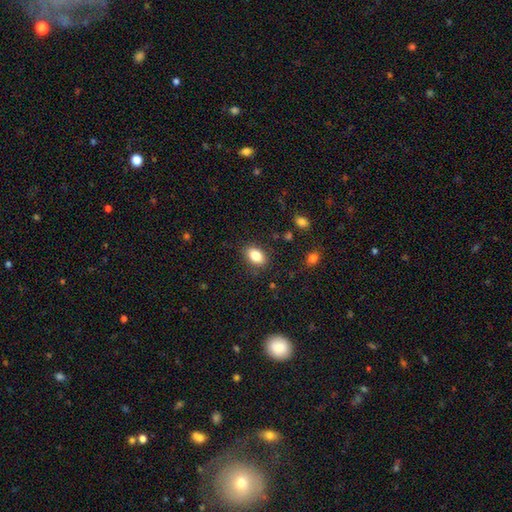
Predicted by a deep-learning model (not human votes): smooth 85%, star or artifact 8%, featured or disk 6%. Down the decision tree: how rounded — in between (86%); merging — none (85%).